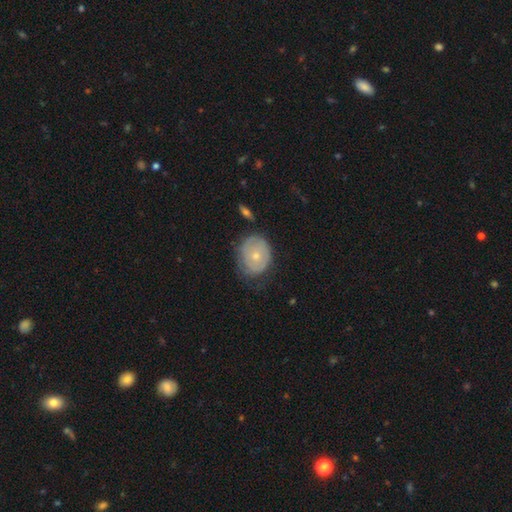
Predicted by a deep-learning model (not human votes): This appears to be a smooth galaxy with no disk features (50%) that is round (60%). Merging: none (58%).